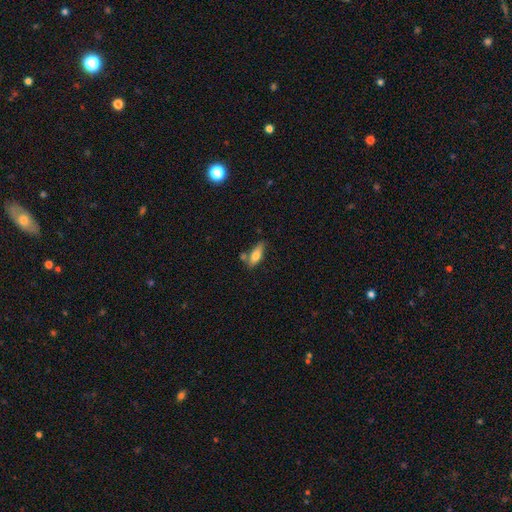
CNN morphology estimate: Smooth or featured? Predicted: smooth (p=0.70). How rounded? Predicted: in between (p=0.66). Merging? Predicted: none (p=0.61).